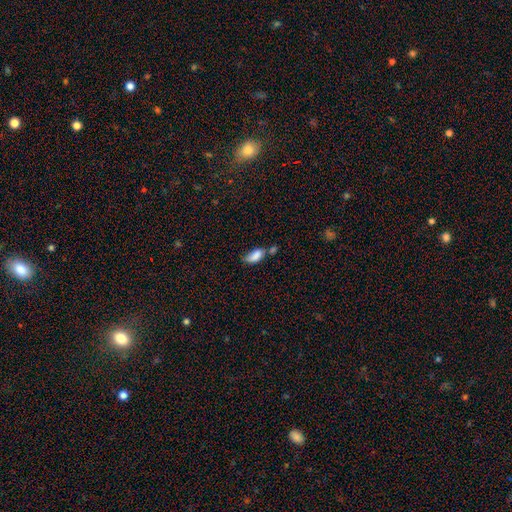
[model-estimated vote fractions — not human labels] This appears to be a smooth galaxy with no disk features (80%) that is in between round and cigar-shaped (85%). Merging: none (33%).